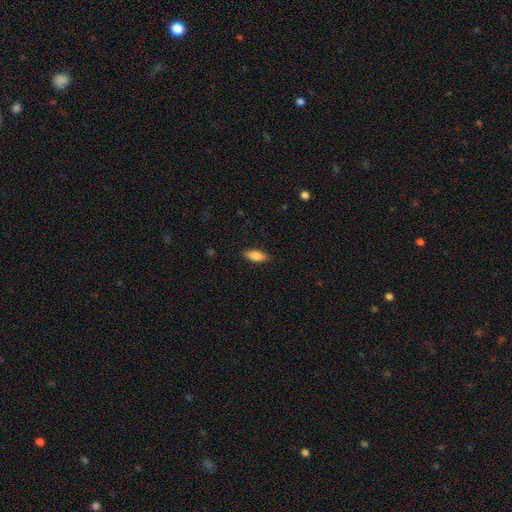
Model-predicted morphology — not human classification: smooth-or-featured: smooth: 81% | featured or disk: 13% | star or artifact: 6%
  how-rounded: in between: 72% | cigar-shaped: 25% | round: 2%
  merging: none: 88% | minor disturbance: 9% | major disturbance: 2% | merger: 1%